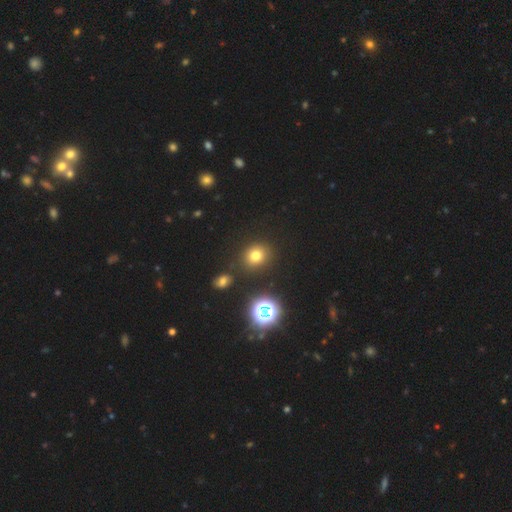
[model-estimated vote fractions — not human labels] Smooth or featured: smooth — 69% (star or artifact — 23%)
How rounded: round — 77% (in between — 22%)
Merging: none — 85% (minor disturbance — 8%)